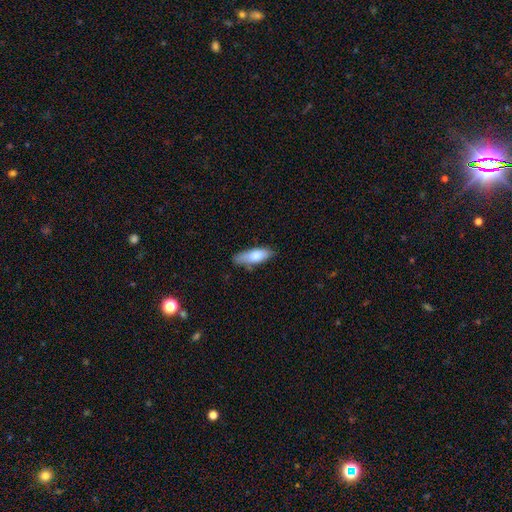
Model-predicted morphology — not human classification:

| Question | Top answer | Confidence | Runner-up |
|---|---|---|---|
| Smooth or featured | smooth | 76% | featured or disk (18%) |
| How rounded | in between | 59% | cigar-shaped (39%) |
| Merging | none | 72% | minor disturbance (22%) |